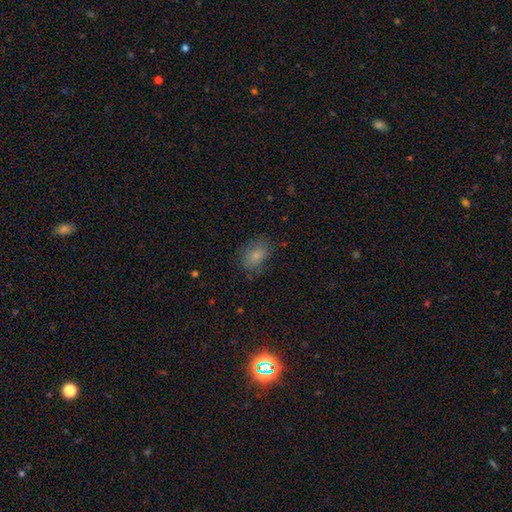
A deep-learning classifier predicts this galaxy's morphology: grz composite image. It shows a smooth galaxy with no disk features (80%) that is in between round and cigar-shaped (76%). Merging: none (71%).